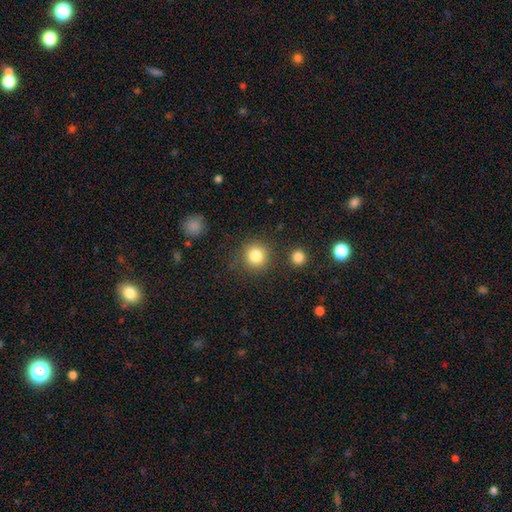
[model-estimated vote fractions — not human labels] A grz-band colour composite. It shows a smooth galaxy with no disk features (83%) that is round (93%). Merging: none (82%).